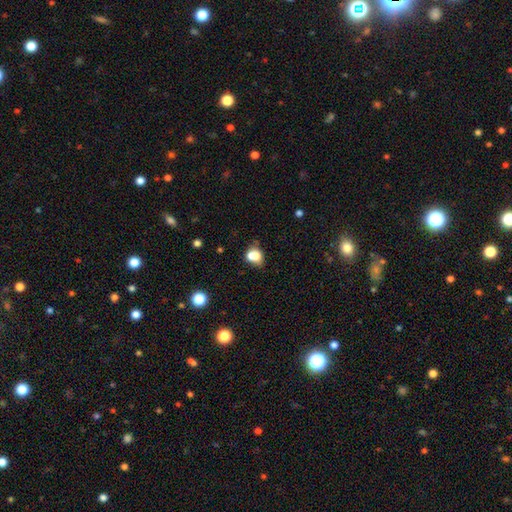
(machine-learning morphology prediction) Q: Smooth or featured?
A: smooth (74%); runner-up: featured or disk (14%)
Q: How rounded?
A: in between (53%); runner-up: round (46%)
Q: Merging?
A: none (39%); runner-up: merger (25%)